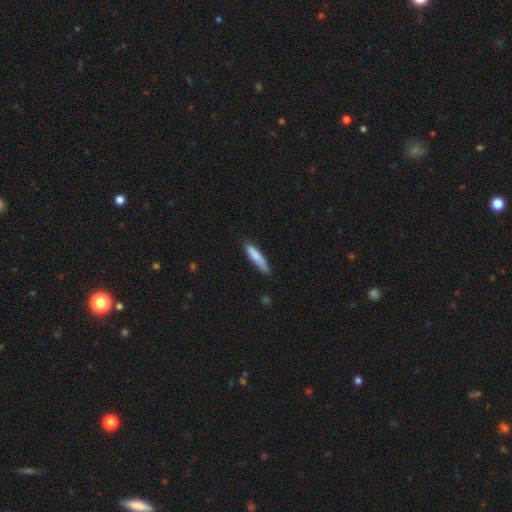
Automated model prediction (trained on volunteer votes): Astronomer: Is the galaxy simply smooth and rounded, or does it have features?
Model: smooth — 81%.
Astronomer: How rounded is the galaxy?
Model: cigar-shaped — 84%.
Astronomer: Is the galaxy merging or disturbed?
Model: none — 70%.